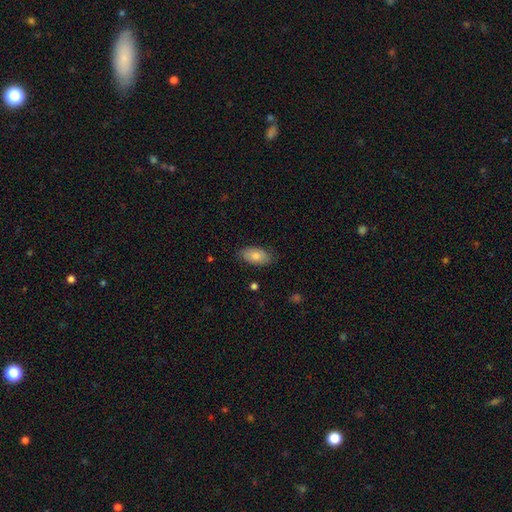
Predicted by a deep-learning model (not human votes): A smooth galaxy with no disk features (79%) that is in between round and cigar-shaped (94%). Merging: none (81%).